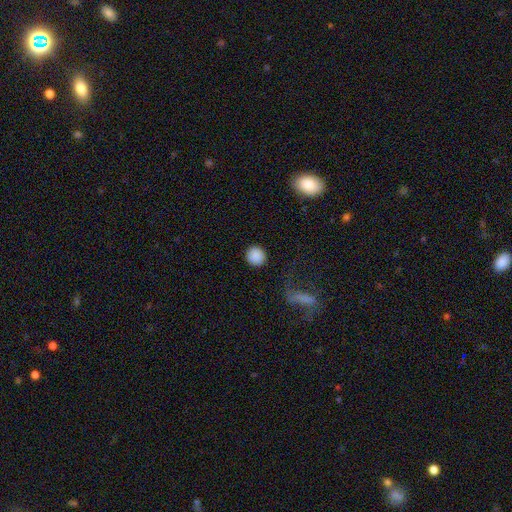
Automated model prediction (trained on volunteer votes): smooth-or-featured: smooth: 88% | star or artifact: 8% | featured or disk: 4%
  how-rounded: round: 92% | in between: 7% | cigar-shaped: 1%
  merging: none: 88% | minor disturbance: 6% | major disturbance: 4% | merger: 2%